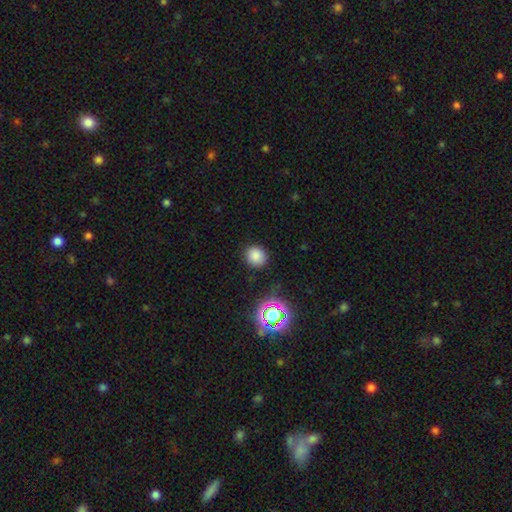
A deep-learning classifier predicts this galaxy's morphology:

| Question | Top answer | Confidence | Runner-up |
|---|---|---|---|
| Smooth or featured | smooth | 79% | star or artifact (16%) |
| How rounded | round | 83% | in between (16%) |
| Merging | none | 88% | minor disturbance (8%) |